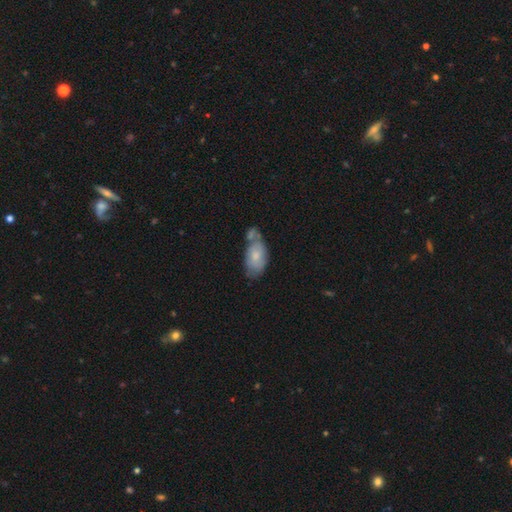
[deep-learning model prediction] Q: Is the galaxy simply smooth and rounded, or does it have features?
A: smooth — 68%.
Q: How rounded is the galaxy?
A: in between — 92%.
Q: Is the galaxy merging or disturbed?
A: none — 36%.